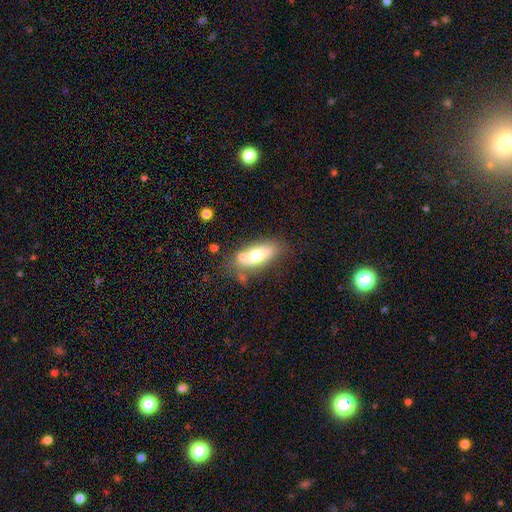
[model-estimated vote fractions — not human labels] Smooth or featured? Predicted: smooth (p=0.63). How rounded? Predicted: in between (p=0.78). Merging? Predicted: none (p=0.59).